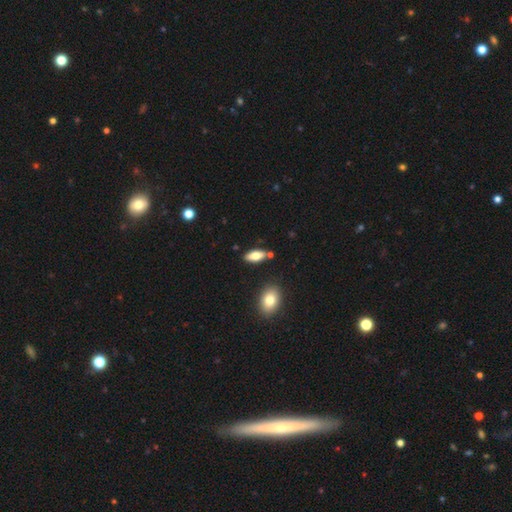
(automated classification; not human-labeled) Smooth or featured?
  - smooth: 70% *
  - featured or disk: 24%
  - star or artifact: 7%
How rounded?
  - in between: 81% *
  - cigar-shaped: 16%
  - round: 3%
Merging?
  - none: 81% *
  - minor disturbance: 11%
  - merger: 6%
  - major disturbance: 3%